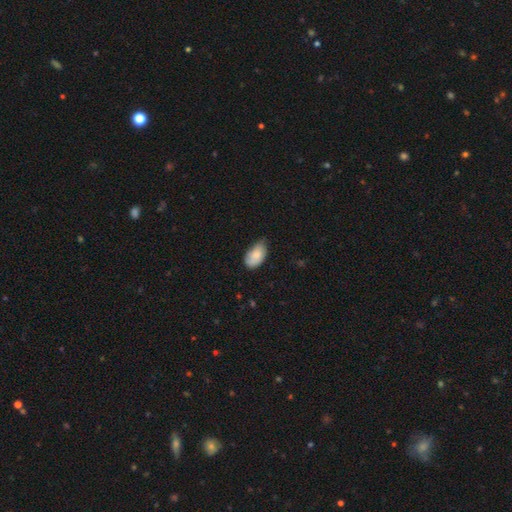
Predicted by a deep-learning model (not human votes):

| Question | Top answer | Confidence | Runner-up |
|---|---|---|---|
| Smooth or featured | smooth | 83% | featured or disk (10%) |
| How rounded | in between | 94% | round (5%) |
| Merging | none | 56% | minor disturbance (37%) |